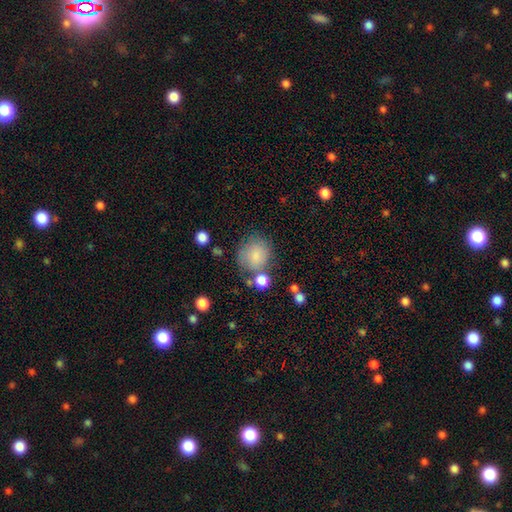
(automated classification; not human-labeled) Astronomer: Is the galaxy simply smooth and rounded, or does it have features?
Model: smooth — 78%.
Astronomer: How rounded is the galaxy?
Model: round — 80%.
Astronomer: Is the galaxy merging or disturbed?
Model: none — 61%.